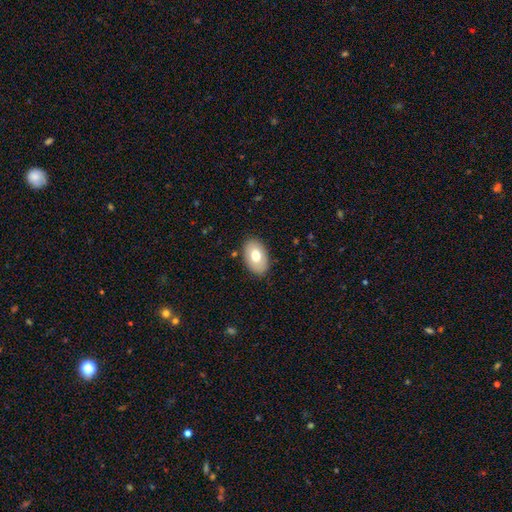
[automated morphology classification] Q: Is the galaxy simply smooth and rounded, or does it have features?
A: smooth — 72%.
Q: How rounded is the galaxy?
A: in between — 89%.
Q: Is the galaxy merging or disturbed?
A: none — 86%.